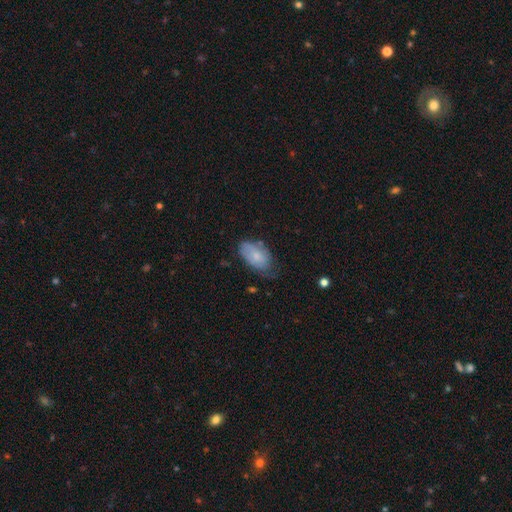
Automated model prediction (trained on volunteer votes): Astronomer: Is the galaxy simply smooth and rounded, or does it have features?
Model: smooth — 69%.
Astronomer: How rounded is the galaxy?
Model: in between — 92%.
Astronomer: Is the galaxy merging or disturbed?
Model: none — 47% (runner-up: minor disturbance, 38%).